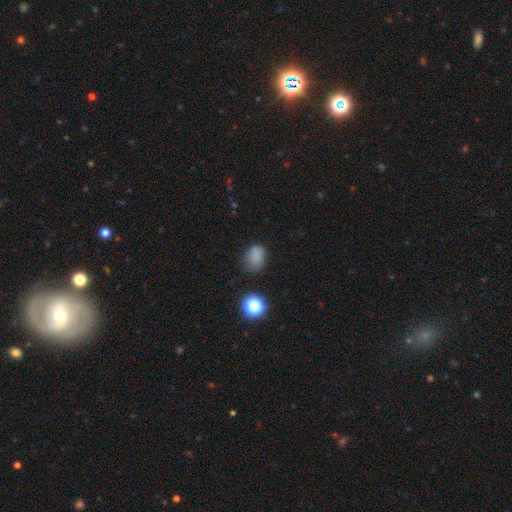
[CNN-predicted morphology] Overall: smooth (77%). How rounded: in between (55%; round 44%). Merging: none (57%; minor disturbance 29%).